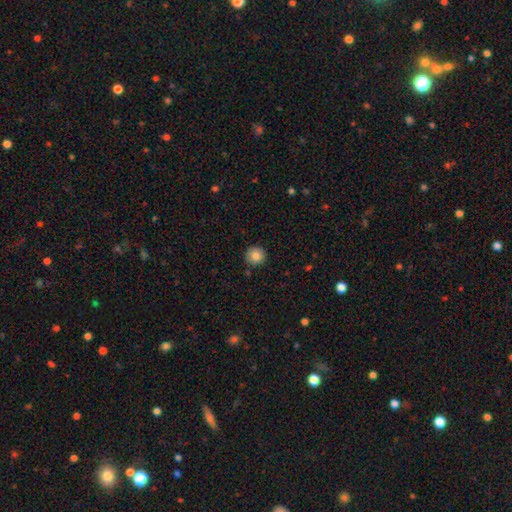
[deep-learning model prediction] Overall: smooth (83%). How rounded: round (94%). Merging: none (89%).